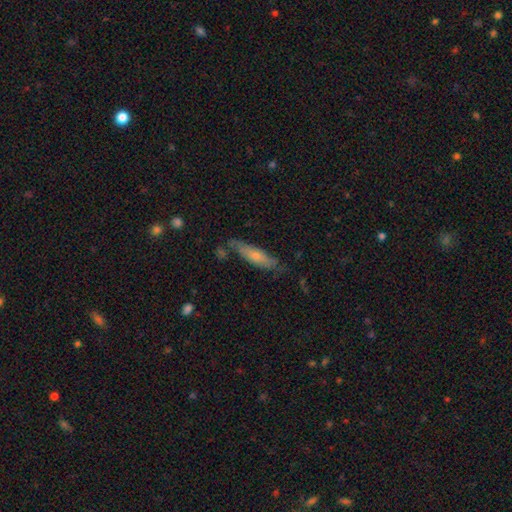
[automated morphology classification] smooth_or_featured: smooth (p=0.62) [alt: featured or disk p=0.32]
how_rounded: cigar-shaped (p=0.73) [alt: in between p=0.26]
merging: none (p=0.66) [alt: minor disturbance p=0.23]